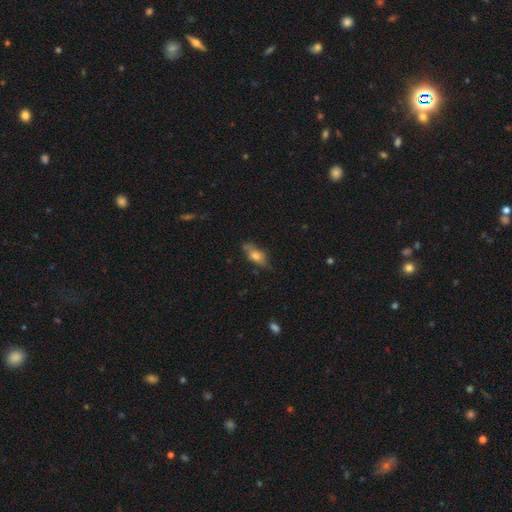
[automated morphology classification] A smooth galaxy with no disk features (65%) that is in between round and cigar-shaped (77%).

Vote fractions:
- Smooth or featured? smooth: 65% / featured or disk: 26% / star or artifact: 8%
- How rounded? in between: 77% / cigar-shaped: 18% / round: 5%
- Merging? none: 68% / minor disturbance: 24% / major disturbance: 6% / merger: 3%